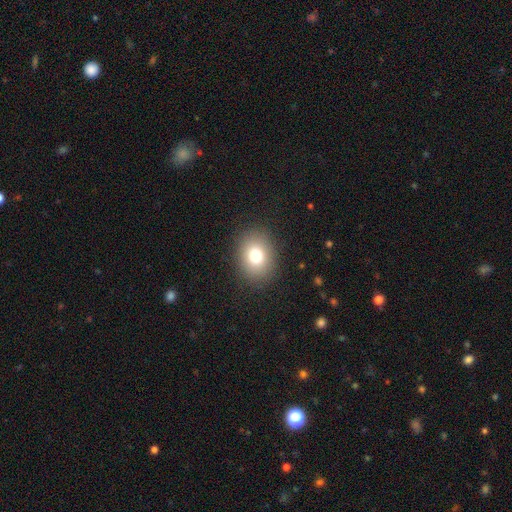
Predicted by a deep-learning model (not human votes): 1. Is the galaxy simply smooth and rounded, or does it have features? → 77% smooth, 12% star or artifact, 11% featured or disk.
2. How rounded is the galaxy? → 51% round, 48% in between, 1% cigar-shaped.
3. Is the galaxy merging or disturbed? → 88% none, 8% minor disturbance, 3% major disturbance, 1% merger.